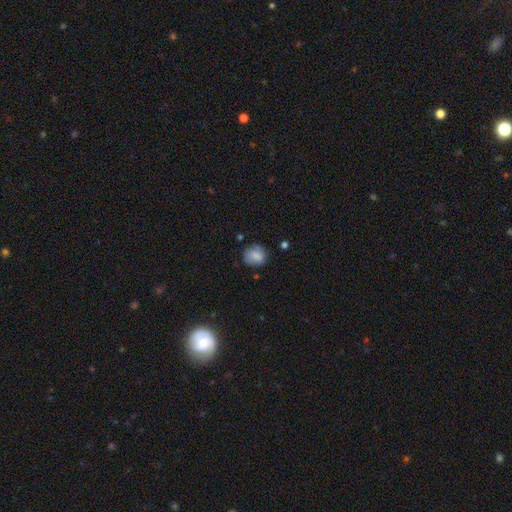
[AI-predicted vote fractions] A smooth galaxy with no disk features (79%) that is round (73%).

Vote fractions:
- Smooth or featured? smooth: 79% / featured or disk: 13% / star or artifact: 9%
- How rounded? round: 73% / in between: 25% / cigar-shaped: 1%
- Merging? none: 71% / minor disturbance: 21% / major disturbance: 6% / merger: 2%